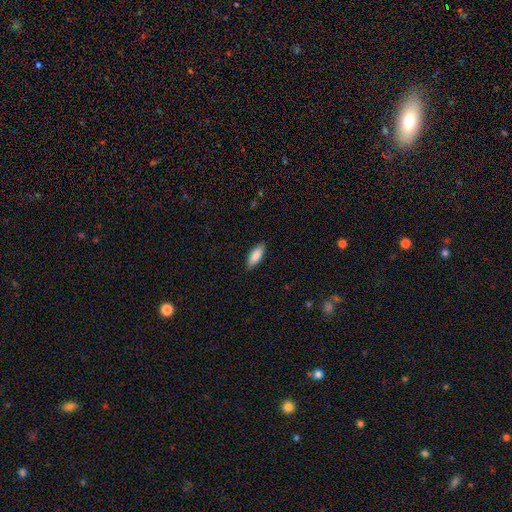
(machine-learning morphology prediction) Overall: smooth (86%). How rounded: in between (70%). Merging: none (88%).